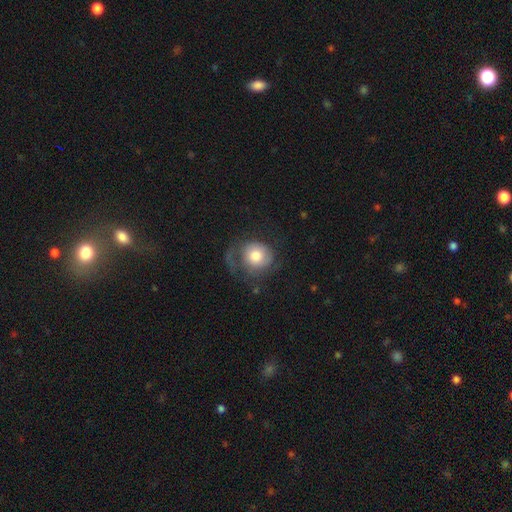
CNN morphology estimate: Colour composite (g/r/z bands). It shows a smooth galaxy with no disk features (58%) that is round (81%). Merging: none (40%).